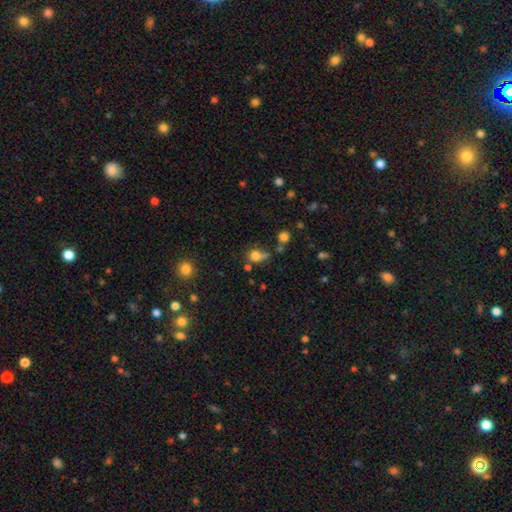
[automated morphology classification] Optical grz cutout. It shows a smooth galaxy with no disk features (74%) that is round (64%). Merging: none (42%).